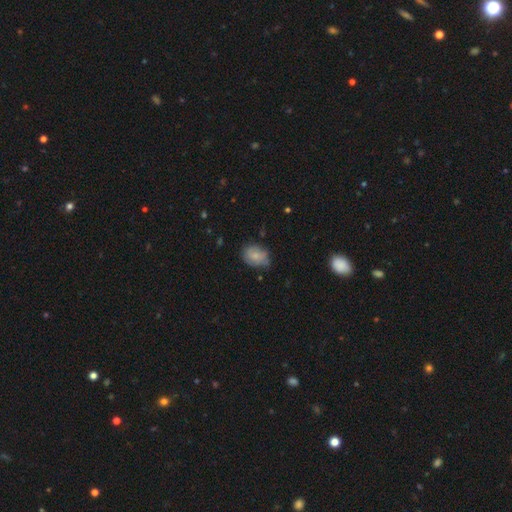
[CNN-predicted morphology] Overall: smooth (75%). How rounded: in between (65%; round 34%). Merging: none (61%; minor disturbance 29%).